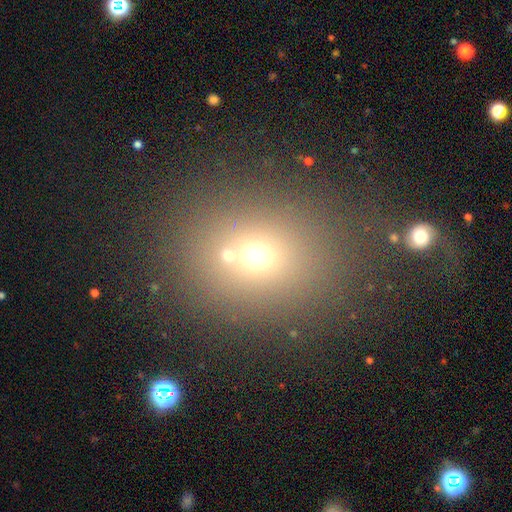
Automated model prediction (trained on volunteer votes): smooth 63%, star or artifact 25%, featured or disk 12%. Down the decision tree: how rounded — round (65%); merging — none (69%).